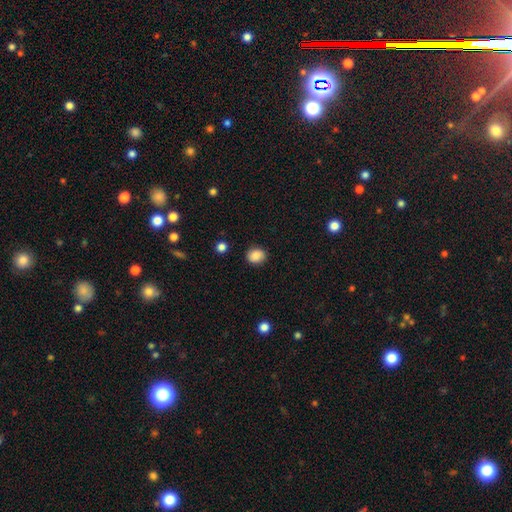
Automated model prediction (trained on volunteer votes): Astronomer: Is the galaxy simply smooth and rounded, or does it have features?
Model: smooth — 87%.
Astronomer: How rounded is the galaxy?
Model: round — 67%.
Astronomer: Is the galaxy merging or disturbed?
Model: none — 87%.